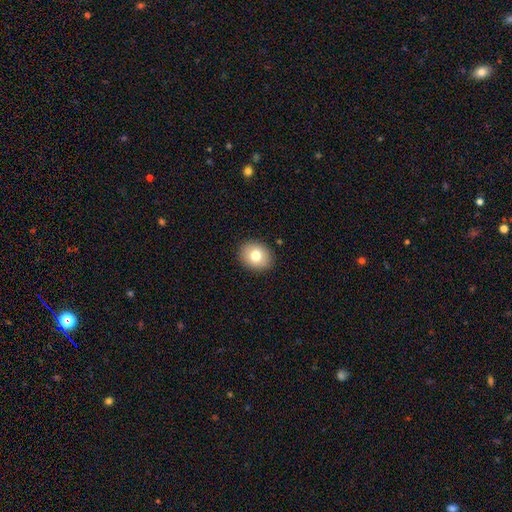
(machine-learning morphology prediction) Smooth or featured? smooth (77%)
How rounded? round (65%)
Merging? none (90%)